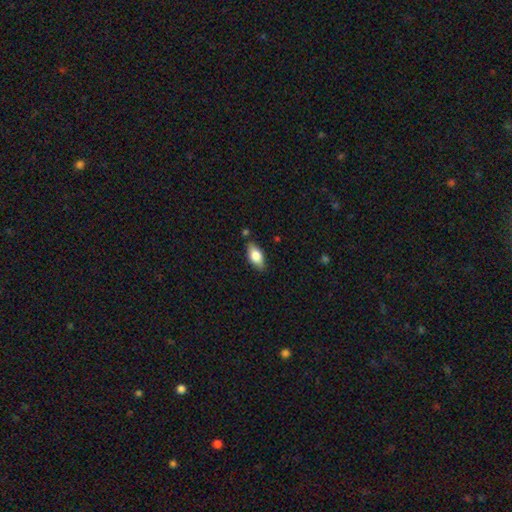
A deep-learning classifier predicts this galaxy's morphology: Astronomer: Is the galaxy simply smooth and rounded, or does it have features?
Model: smooth — 73%.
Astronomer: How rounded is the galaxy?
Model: in between — 87%.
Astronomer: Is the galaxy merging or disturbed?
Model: none — 80%.